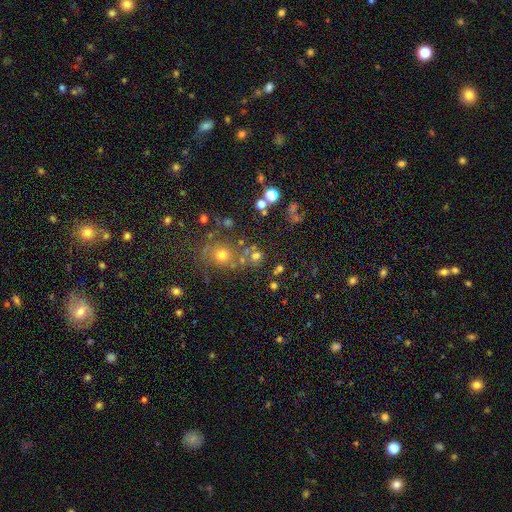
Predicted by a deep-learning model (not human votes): Smooth or featured? Predicted: smooth (p=0.65). How rounded? Predicted: round (p=0.81). Merging? Predicted: none (p=0.66).